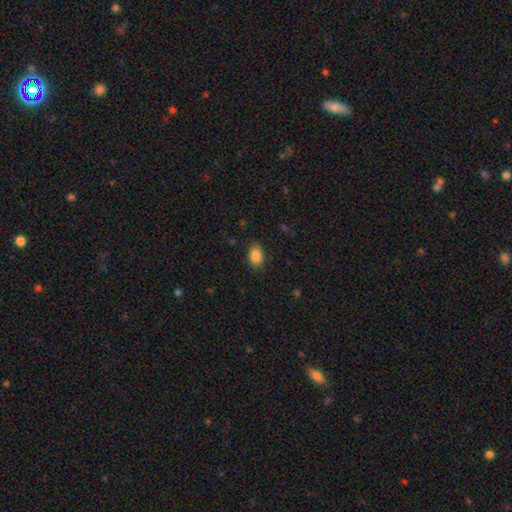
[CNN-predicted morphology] Overall: smooth (87%). How rounded: in between (83%). Merging: none (81%).